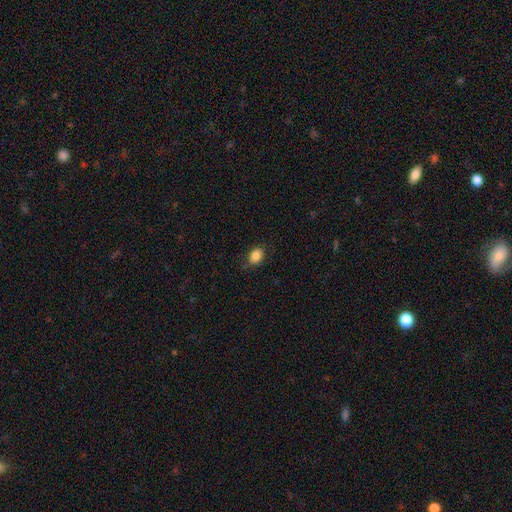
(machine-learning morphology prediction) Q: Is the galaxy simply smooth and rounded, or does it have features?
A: smooth — 86%.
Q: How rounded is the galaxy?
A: in between — 71%.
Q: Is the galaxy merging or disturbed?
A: none — 79%.